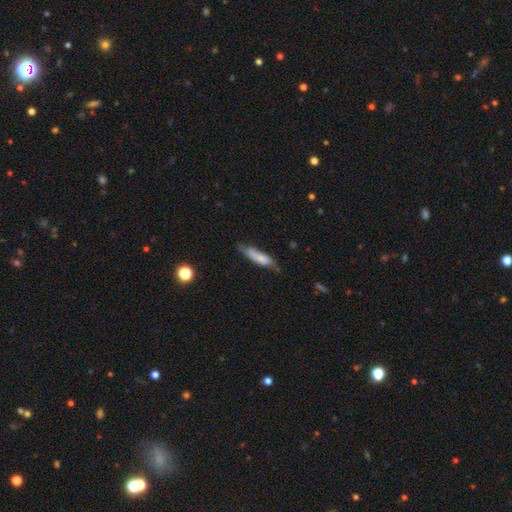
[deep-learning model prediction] smooth-or-featured: smooth: 67% | featured or disk: 25% | star or artifact: 7%
  how-rounded: cigar-shaped: 74% | in between: 24% | round: 2%
  merging: none: 62% | minor disturbance: 29% | major disturbance: 7% | merger: 2%